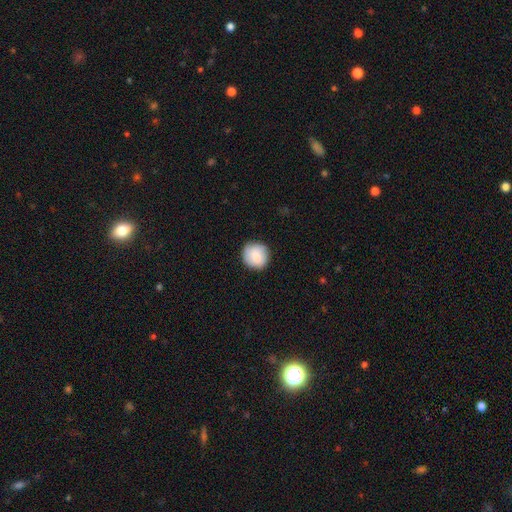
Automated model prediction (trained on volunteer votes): The model was most divided on "merging": none: 86%, minor disturbance: 11%, major disturbance: 2%, merger: 1%. More confident: how rounded — round (91%); smooth or featured — smooth (84%).